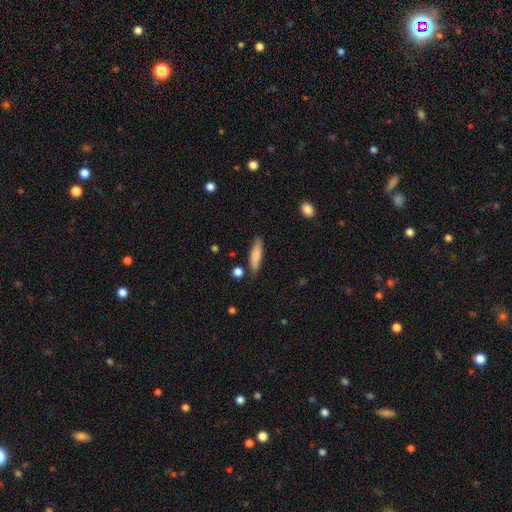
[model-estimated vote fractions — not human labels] smooth_or_featured: smooth (p=0.79) [alt: featured or disk p=0.15]
how_rounded: cigar-shaped (p=0.73) [alt: in between p=0.25]
merging: none (p=0.81) [alt: minor disturbance p=0.13]